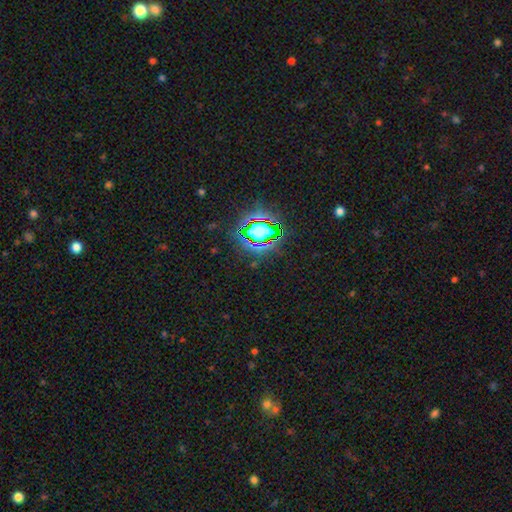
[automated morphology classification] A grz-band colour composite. It shows a star or artifact, not a galaxy (83%).